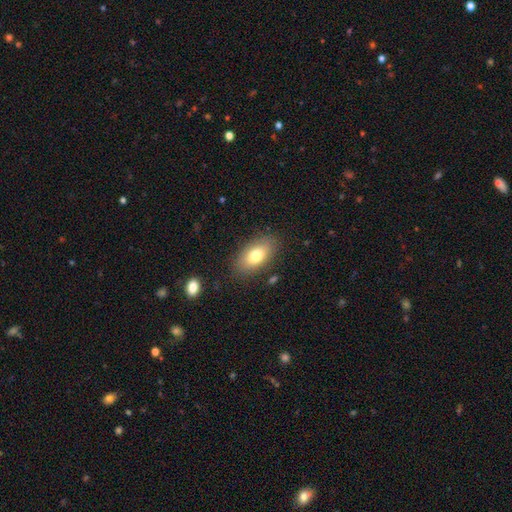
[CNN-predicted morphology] smooth_or_featured: smooth (p=0.76) [alt: featured or disk p=0.16]
how_rounded: in between (p=0.91) [alt: round p=0.05]
merging: none (p=0.83) [alt: minor disturbance p=0.11]